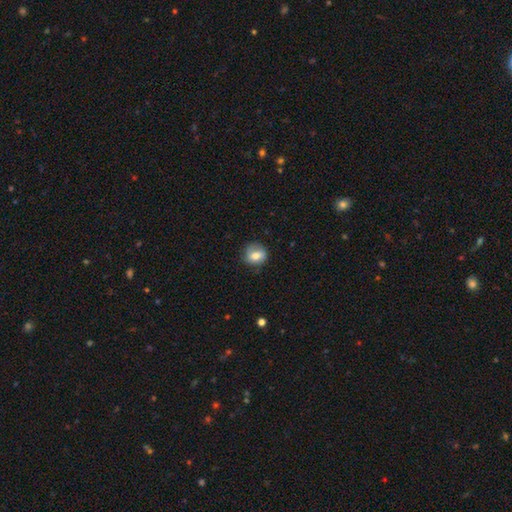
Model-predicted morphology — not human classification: smooth_or_featured: smooth (p=0.70) [alt: featured or disk p=0.21]
how_rounded: round (p=0.73) [alt: in between p=0.26]
merging: none (p=0.75) [alt: minor disturbance p=0.19]